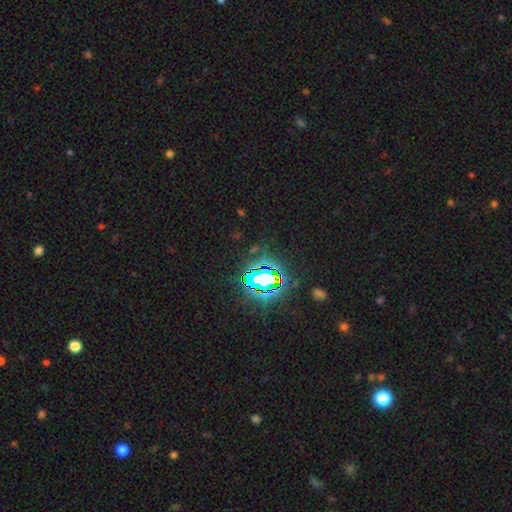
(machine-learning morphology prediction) Overall: star or artifact (82%).